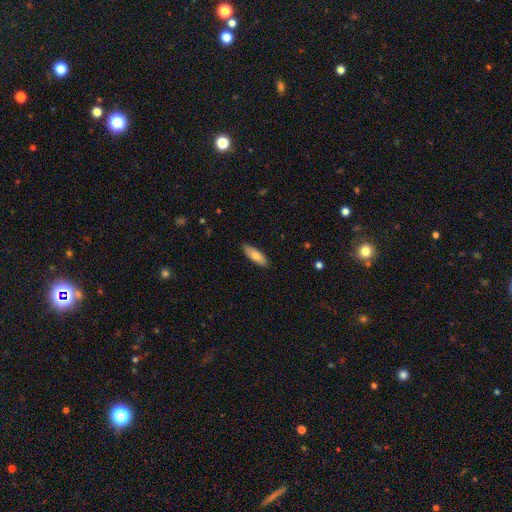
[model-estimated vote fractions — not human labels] Smooth or featured? smooth (74%)
How rounded? in between (58%)
Merging? none (87%)